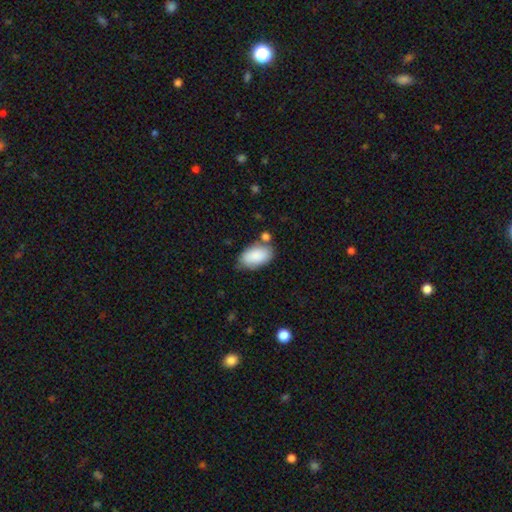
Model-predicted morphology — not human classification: A smooth galaxy with no disk features (88%) that is in between round and cigar-shaped (94%).

Vote fractions:
- Smooth or featured? smooth: 88% / featured or disk: 6% / star or artifact: 6%
- How rounded? in between: 94% / round: 4% / cigar-shaped: 2%
- Merging? none: 65% / minor disturbance: 19% / merger: 10% / major disturbance: 5%